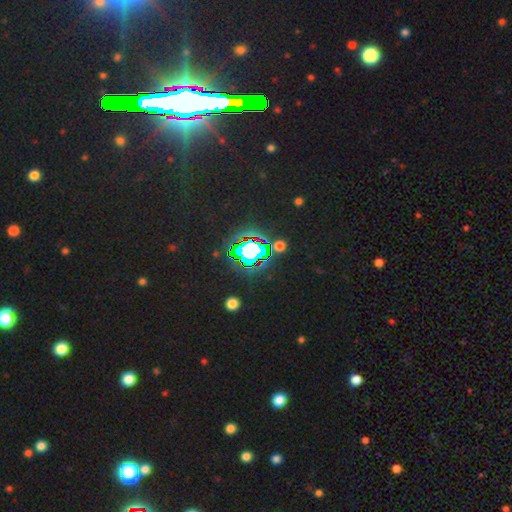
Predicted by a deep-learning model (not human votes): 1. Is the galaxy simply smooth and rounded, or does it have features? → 73% star or artifact, 16% smooth, 11% featured or disk.